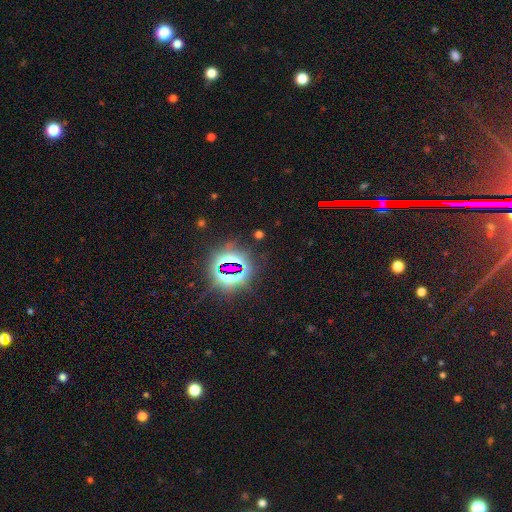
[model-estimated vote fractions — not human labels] smooth-or-featured: star or artifact: 84% | smooth: 8% | featured or disk: 8%